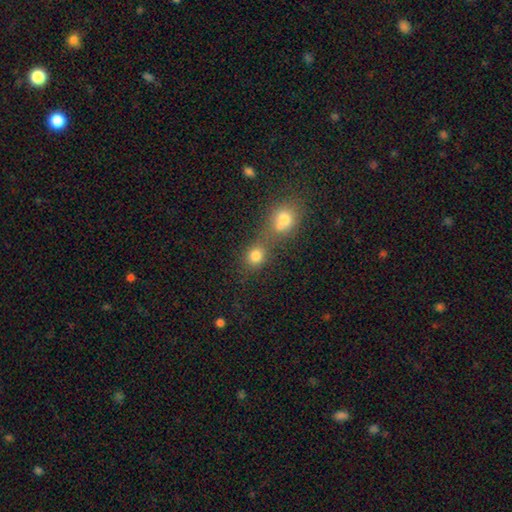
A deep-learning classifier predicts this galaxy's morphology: This is likely a smooth galaxy (79%). How rounded: likely round (79%). Merging: possibly none (45%).